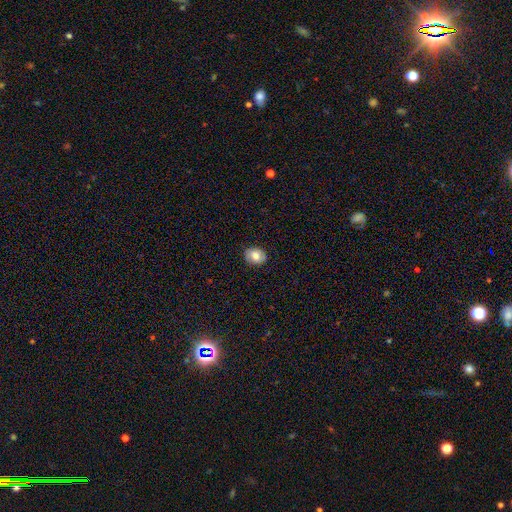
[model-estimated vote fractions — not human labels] smooth-or-featured: smooth: 78% | featured or disk: 14% | star or artifact: 8%
  how-rounded: round: 54% | in between: 45% | cigar-shaped: 1%
  merging: none: 88% | minor disturbance: 9% | major disturbance: 2% | merger: 1%